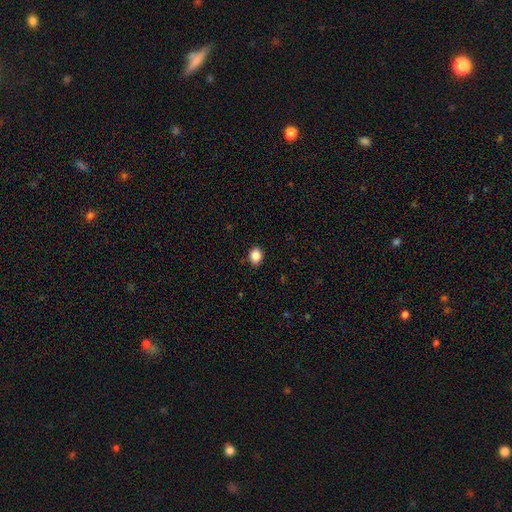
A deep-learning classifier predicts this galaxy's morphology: Overall: smooth (87%). How rounded: in between (51%; round 48%). Merging: none (87%).